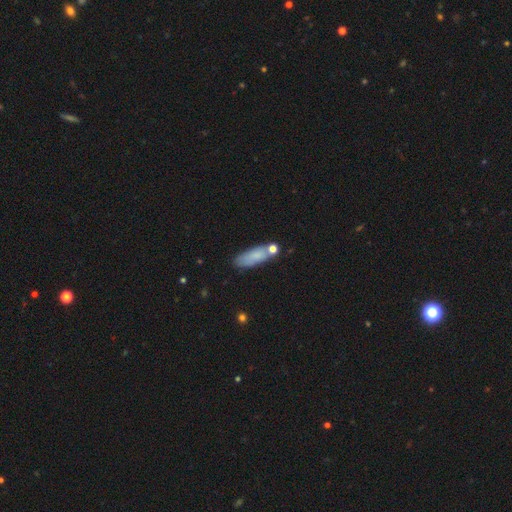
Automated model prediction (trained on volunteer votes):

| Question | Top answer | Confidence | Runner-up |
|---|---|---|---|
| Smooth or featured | smooth | 77% | featured or disk (15%) |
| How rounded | in between | 60% | cigar-shaped (37%) |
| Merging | none | 61% | minor disturbance (20%) |